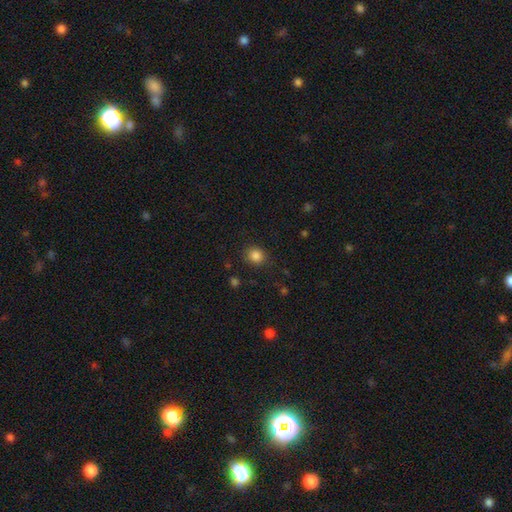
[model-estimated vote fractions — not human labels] Smooth or featured?
  - smooth: 85% *
  - star or artifact: 12%
  - featured or disk: 4%
How rounded?
  - round: 77% *
  - in between: 22%
  - cigar-shaped: 1%
Merging?
  - none: 87% *
  - minor disturbance: 9%
  - major disturbance: 3%
  - merger: 1%